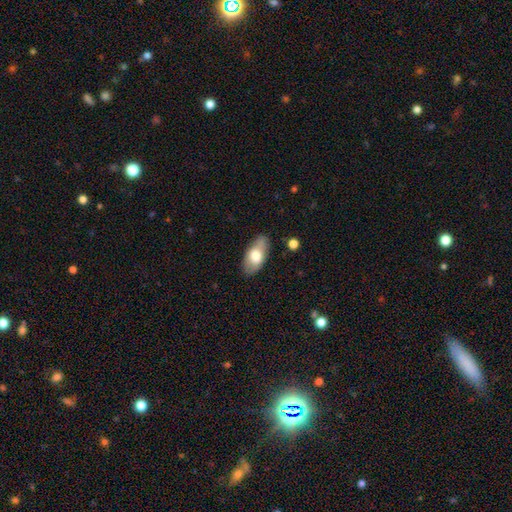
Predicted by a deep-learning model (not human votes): smooth-or-featured: smooth: 66% | featured or disk: 27% | star or artifact: 6%
  how-rounded: in between: 90% | cigar-shaped: 7% | round: 3%
  merging: none: 79% | minor disturbance: 15% | major disturbance: 4% | merger: 2%